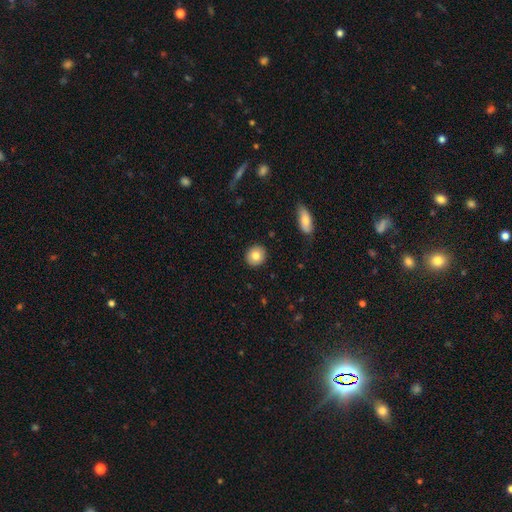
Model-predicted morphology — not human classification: A smooth galaxy with no disk features (81%) that is round (84%).

Vote fractions:
- Smooth or featured? smooth: 81% / featured or disk: 11% / star or artifact: 8%
- How rounded? round: 84% / in between: 14% / cigar-shaped: 1%
- Merging? none: 91% / minor disturbance: 6% / major disturbance: 2% / merger: 1%